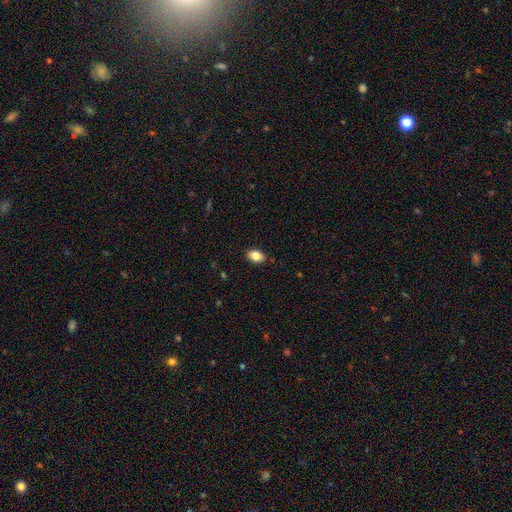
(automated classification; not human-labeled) This is clearly a smooth galaxy (86%). How rounded: clearly in between (83%). Merging: clearly none (87%).